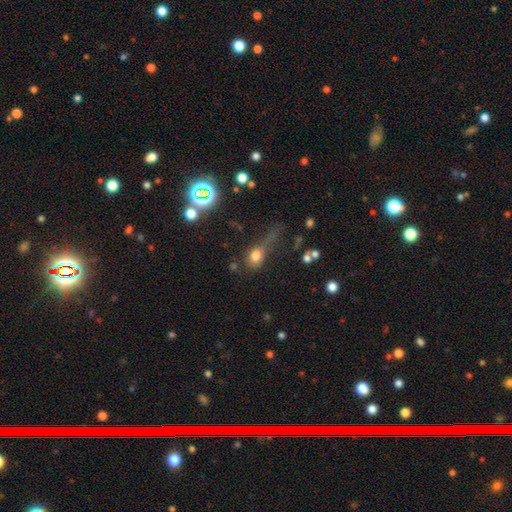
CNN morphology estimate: smooth-or-featured: smooth: 74% | star or artifact: 14% | featured or disk: 12%
  how-rounded: in between: 54% | round: 41% | cigar-shaped: 5%
  merging: none: 34% | major disturbance: 33% | minor disturbance: 21% | merger: 12%